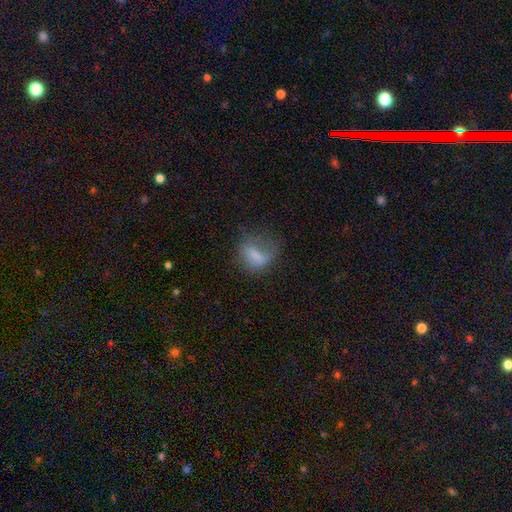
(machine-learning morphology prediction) Smooth or featured?
  - smooth: 67% *
  - featured or disk: 22%
  - star or artifact: 11%
How rounded?
  - in between: 65% *
  - round: 29%
  - cigar-shaped: 6%
Merging?
  - none: 38% *
  - major disturbance: 33%
  - minor disturbance: 26%
  - merger: 3%